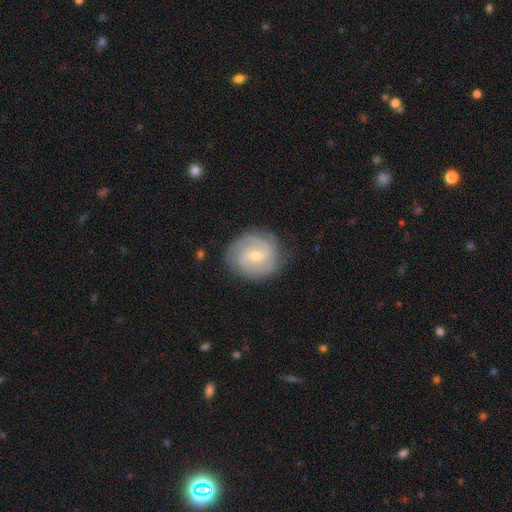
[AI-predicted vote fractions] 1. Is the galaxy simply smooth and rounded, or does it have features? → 81% featured or disk, 13% smooth, 6% star or artifact.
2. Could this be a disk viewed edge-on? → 98% no, 2% yes.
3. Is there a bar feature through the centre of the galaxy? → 51% weak, 38% no, 11% strong.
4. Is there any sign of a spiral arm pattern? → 95% yes, 5% no.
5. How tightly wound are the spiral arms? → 57% tight, 34% medium, 9% loose.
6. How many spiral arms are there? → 30% 2, 27% 3, 23% can't tell, 11% 4, 5% 1, 5% more than 4.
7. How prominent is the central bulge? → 60% small, 38% moderate, 1% large, 1% none, 1% dominant.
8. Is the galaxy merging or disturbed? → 82% none, 13% minor disturbance, 4% major disturbance, 1% merger.